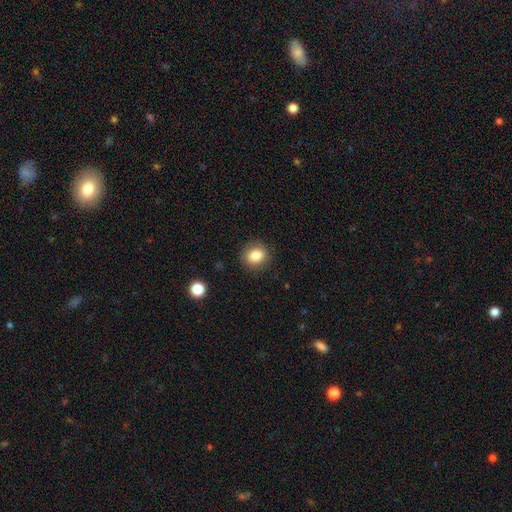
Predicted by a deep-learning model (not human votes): Smooth or featured? Predicted: smooth (p=0.83). How rounded? Predicted: round (p=0.72). Merging? Predicted: none (p=0.87).